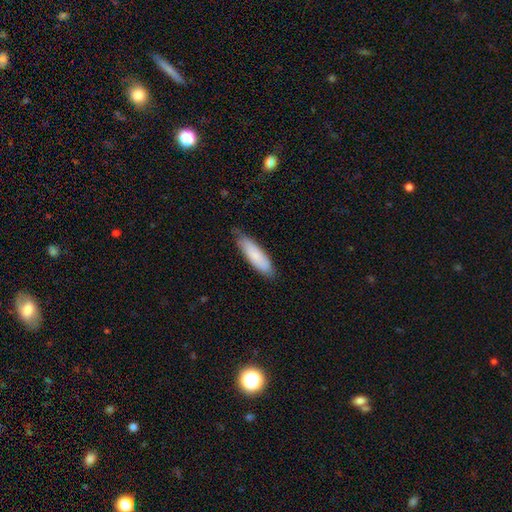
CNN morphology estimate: A smooth galaxy with no disk features (82%) that is cigar-shaped (58%).

Vote fractions:
- Smooth or featured? smooth: 82% / featured or disk: 13% / star or artifact: 5%
- How rounded? cigar-shaped: 58% / in between: 41% / round: 1%
- Merging? none: 77% / minor disturbance: 19% / major disturbance: 3% / merger: 1%